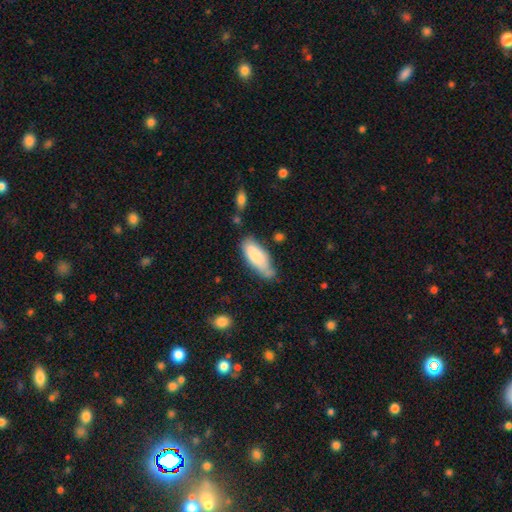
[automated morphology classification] This is clearly a smooth galaxy (81%). How rounded: likely in between (75%). Merging: possibly none (48%).